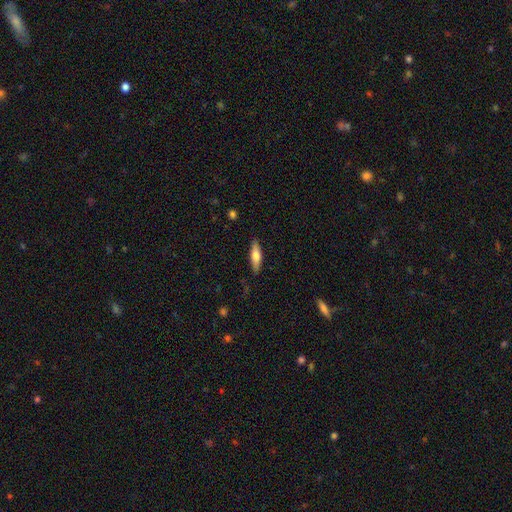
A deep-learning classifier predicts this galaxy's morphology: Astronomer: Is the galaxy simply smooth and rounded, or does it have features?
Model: smooth — 62%.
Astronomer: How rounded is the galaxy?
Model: cigar-shaped — 58% (runner-up: in between, 40%).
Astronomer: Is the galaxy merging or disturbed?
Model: none — 87%.